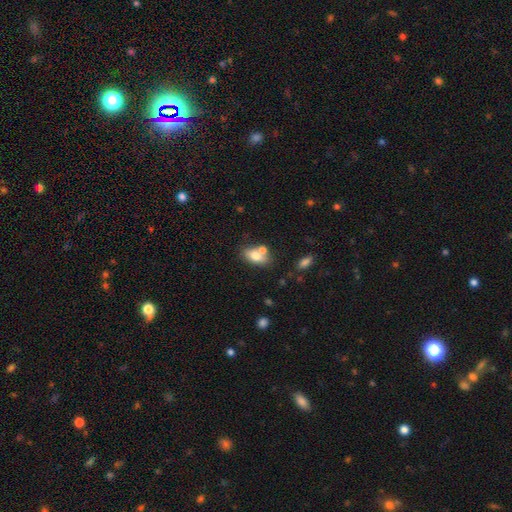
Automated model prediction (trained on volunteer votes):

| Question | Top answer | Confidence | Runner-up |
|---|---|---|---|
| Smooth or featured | smooth | 74% | featured or disk (17%) |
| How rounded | in between | 87% | round (9%) |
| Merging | none | 50% | merger (32%) |